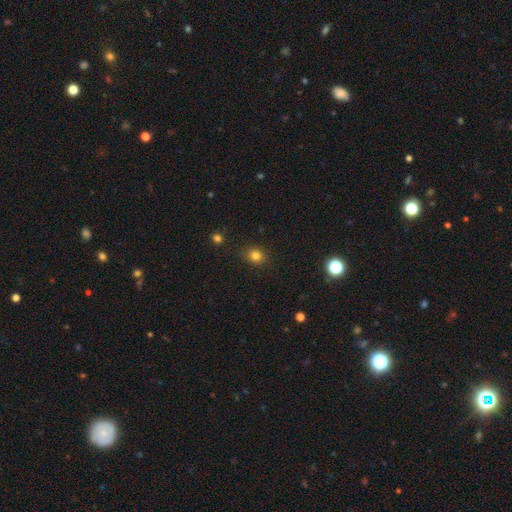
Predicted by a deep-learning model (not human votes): Morphology: type=smooth (81%); roundness=round (68%); merging=none (86%).